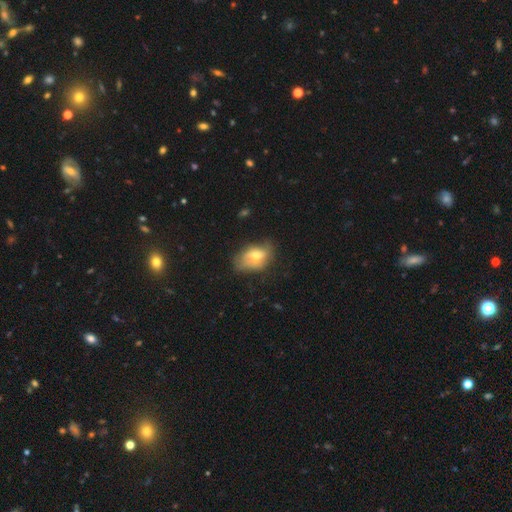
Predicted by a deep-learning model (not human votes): This is likely a smooth galaxy (61%). How rounded: clearly in between (81%). Merging: possibly none (47%).